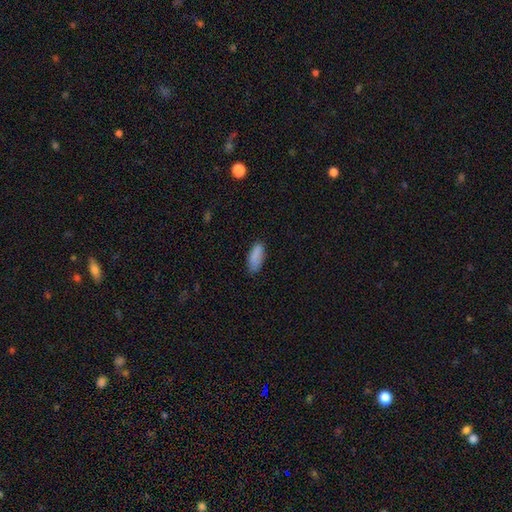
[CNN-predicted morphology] A smooth galaxy with no disk features (87%) that is in between round and cigar-shaped (81%). Merging: none (73%).